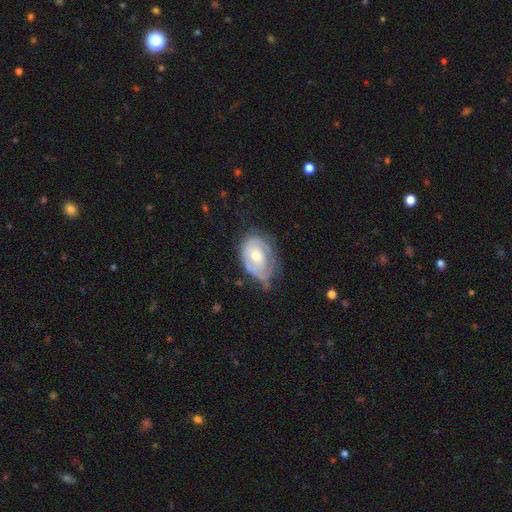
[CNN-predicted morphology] This appears to be a featured or disk galaxy (67%) with no bar (75%), spiral arms (74%) and a moderate central bulge (62%). Merging: none (49%).